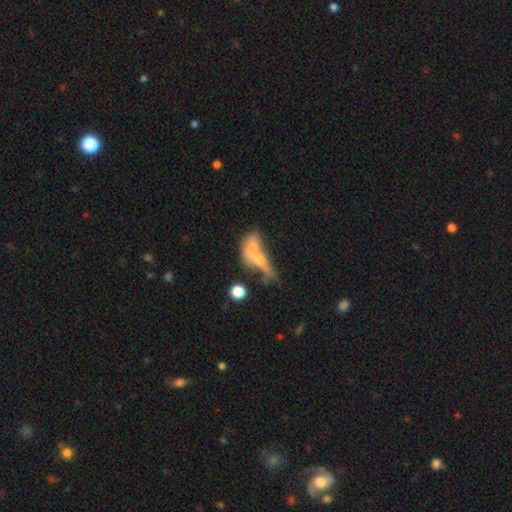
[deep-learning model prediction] Smooth or featured? featured or disk (44%)
Merging? merger (35%)